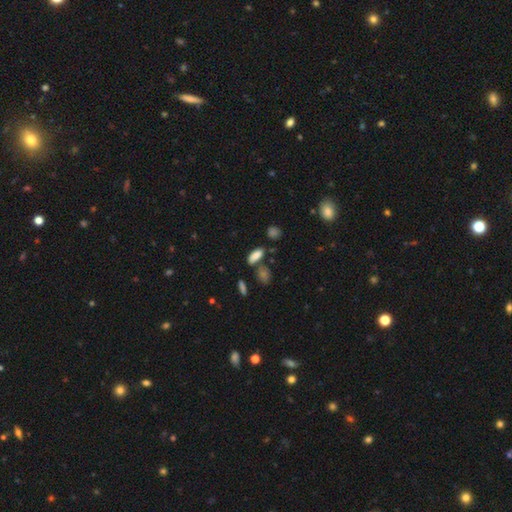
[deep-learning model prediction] Smooth or featured?
  - smooth: 83% *
  - star or artifact: 9%
  - featured or disk: 8%
How rounded?
  - in between: 73% *
  - cigar-shaped: 23%
  - round: 4%
Merging?
  - none: 69% *
  - minor disturbance: 15%
  - merger: 12%
  - major disturbance: 4%